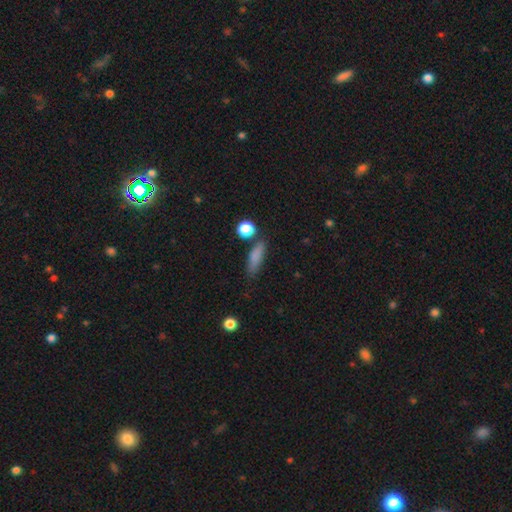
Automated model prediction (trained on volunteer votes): This appears to be a smooth galaxy with no disk features (81%) that is cigar-shaped (52%). Merging: none (72%).